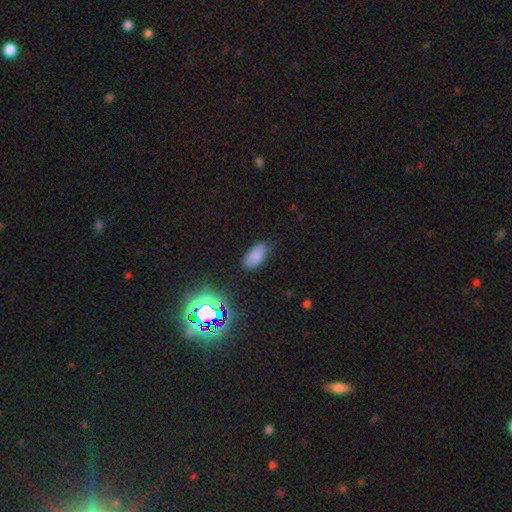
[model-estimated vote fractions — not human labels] smooth-or-featured: smooth: 78% | star or artifact: 15% | featured or disk: 7%
  how-rounded: in between: 93% | round: 4% | cigar-shaped: 3%
  merging: none: 82% | minor disturbance: 13% | major disturbance: 3% | merger: 1%